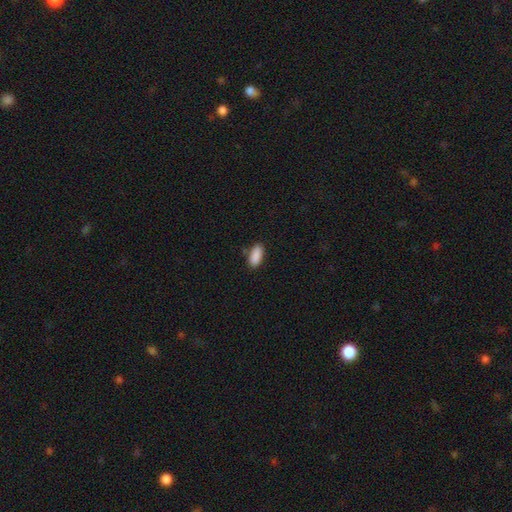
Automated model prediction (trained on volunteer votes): Smooth or featured? smooth (90%)
How rounded? in between (88%)
Merging? none (81%)